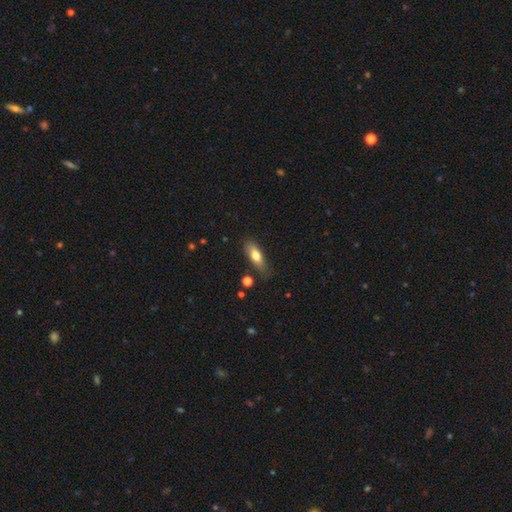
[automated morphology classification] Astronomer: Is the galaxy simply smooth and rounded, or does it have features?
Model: smooth — 71%.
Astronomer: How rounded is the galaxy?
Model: in between — 63%.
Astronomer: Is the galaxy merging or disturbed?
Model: none — 72%.